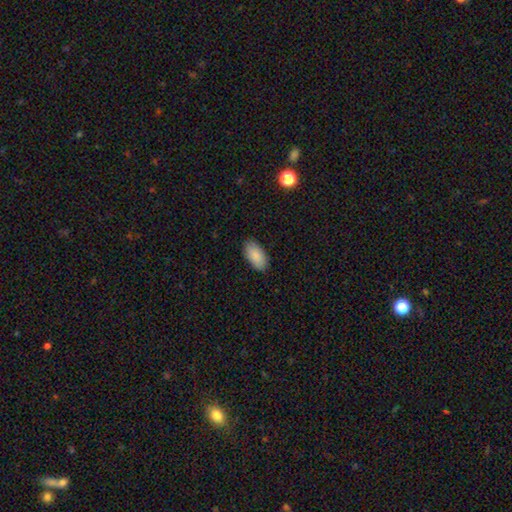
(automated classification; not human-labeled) smooth 88%, star or artifact 6%, featured or disk 6%. Down the decision tree: how rounded — in between (95%); merging — none (88%).